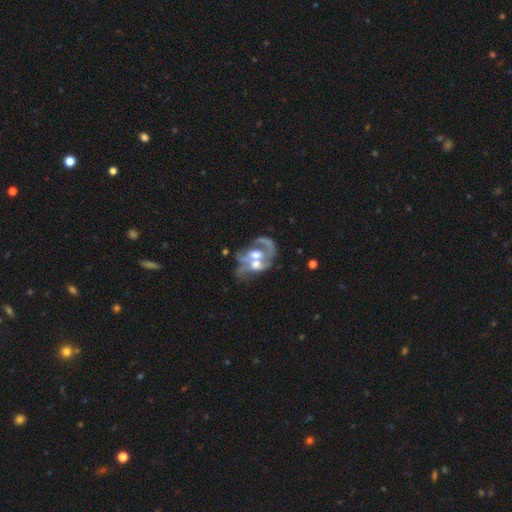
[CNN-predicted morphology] Smooth or featured: featured or disk — 74% (smooth — 17%)
Edge-on disk: no — 97% (yes — 3%)
Bar: no — 70% (weak — 23%)
Spiral arms: yes — 59% (no — 41%)
Bulge size: moderate — 60% (large — 18%)
Merging: merger — 63% (major disturbance — 16%)